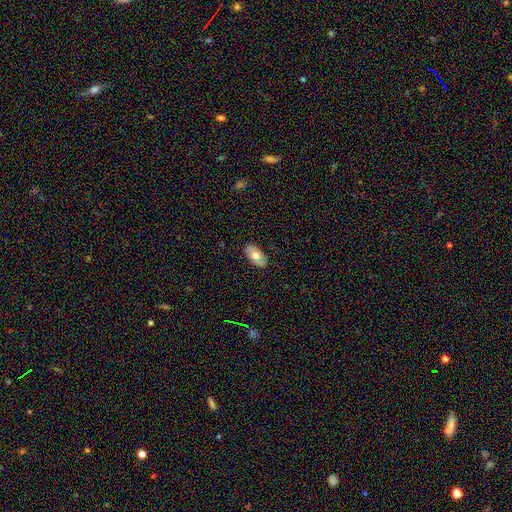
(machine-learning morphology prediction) Smooth or featured: smooth — 66% (featured or disk — 28%)
How rounded: in between — 94% (round — 4%)
Merging: none — 85% (minor disturbance — 12%)